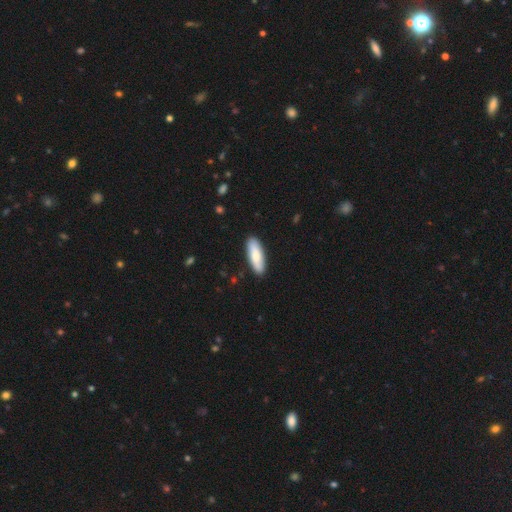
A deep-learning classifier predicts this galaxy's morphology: Q: Smooth or featured?
A: smooth (79%); runner-up: featured or disk (16%)
Q: How rounded?
A: in between (53%); runner-up: cigar-shaped (46%)
Q: Merging?
A: none (89%); runner-up: minor disturbance (9%)